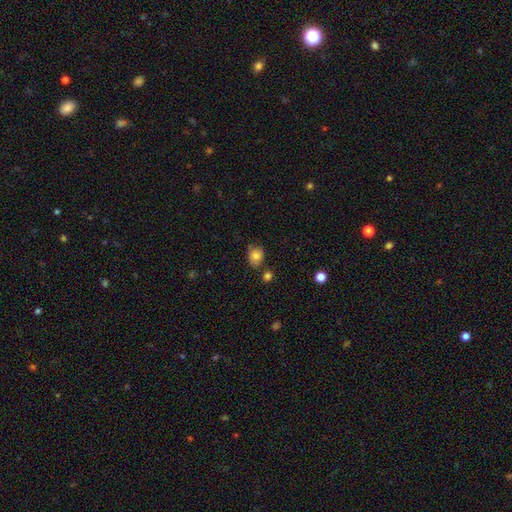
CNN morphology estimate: This is clearly a smooth galaxy (80%). How rounded: possibly in between (52%). Merging: likely none (63%).